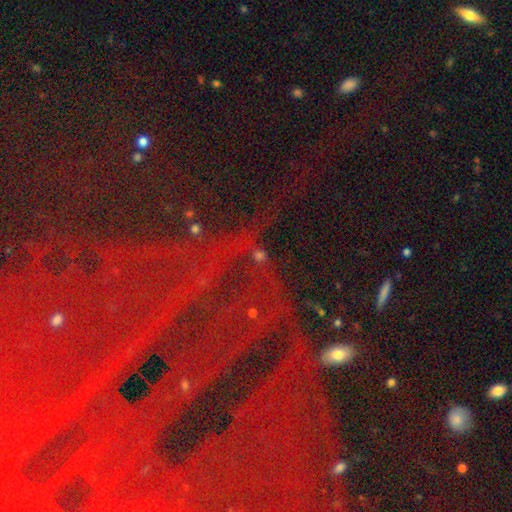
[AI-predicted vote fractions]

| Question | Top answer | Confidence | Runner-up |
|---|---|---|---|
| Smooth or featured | star or artifact | 78% | featured or disk (12%) |